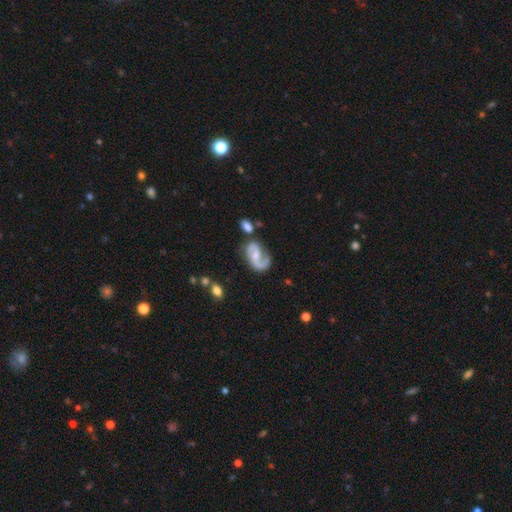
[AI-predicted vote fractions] A featured or disk galaxy (85%) with no bar (45%), 2 (80%) medium (44%) spiral arms (96%) and a small central bulge (46%).

Vote fractions:
- Smooth or featured? featured or disk: 85% / smooth: 10% / star or artifact: 5%
- Edge-on disk? no: 98% / yes: 2%
- Bar? no: 45% / weak: 43% / strong: 13%
- Spiral arms? yes: 96% / no: 4%
- Spiral winding? medium: 44% / loose: 43% / tight: 13%
- Spiral arm count? 2: 80% / 1: 14% / can't tell: 3% / 3: 1% / 4: 1% / more than 4: 1%
- Bulge size? small: 46% / moderate: 41% / none: 9% / large: 3% / dominant: 1%
- Merging? none: 58% / minor disturbance: 22% / major disturbance: 12% / merger: 8%